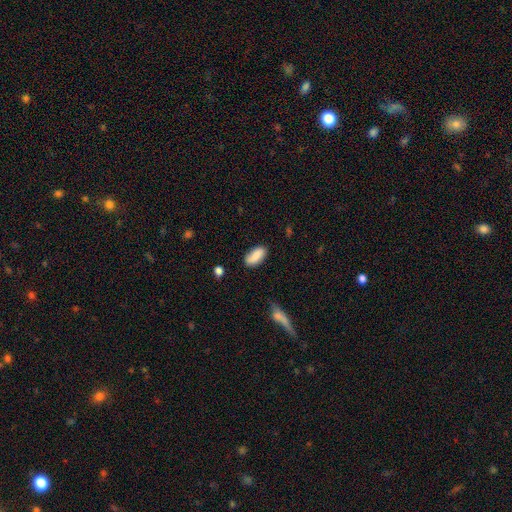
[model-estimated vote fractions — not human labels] The model was most divided on "merging": none: 77%, minor disturbance: 17%, major disturbance: 3%, merger: 3%. More confident: how rounded — in between (90%); smooth or featured — smooth (83%).